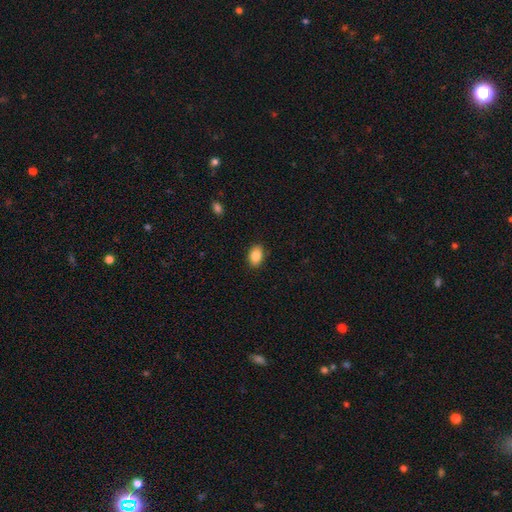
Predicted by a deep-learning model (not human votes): Q: Smooth or featured?
A: smooth (87%); runner-up: star or artifact (8%)
Q: How rounded?
A: in between (87%); runner-up: round (12%)
Q: Merging?
A: none (89%); runner-up: minor disturbance (8%)